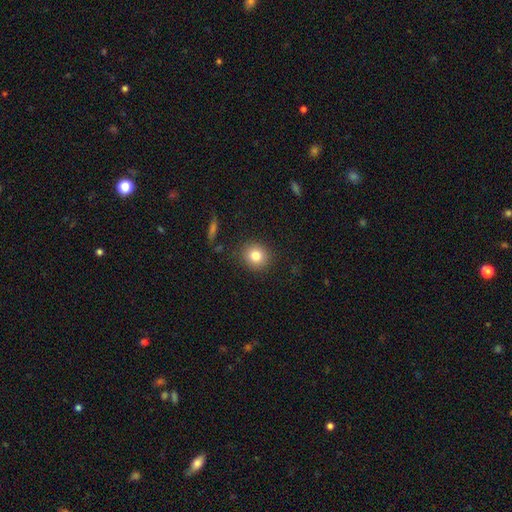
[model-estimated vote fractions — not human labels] Smooth or featured?
  - smooth: 82% *
  - star or artifact: 10%
  - featured or disk: 8%
How rounded?
  - round: 86% *
  - in between: 13%
  - cigar-shaped: 1%
Merging?
  - none: 89% *
  - minor disturbance: 8%
  - major disturbance: 2%
  - merger: 1%